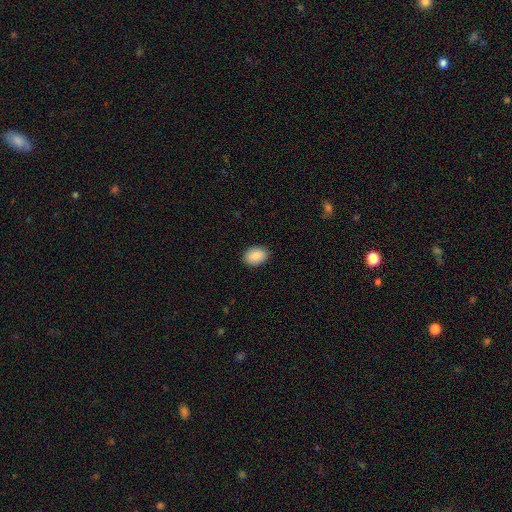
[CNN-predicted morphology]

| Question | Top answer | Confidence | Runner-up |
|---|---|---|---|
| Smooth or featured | smooth | 90% | star or artifact (7%) |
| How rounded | in between | 83% | round (16%) |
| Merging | none | 88% | minor disturbance (9%) |